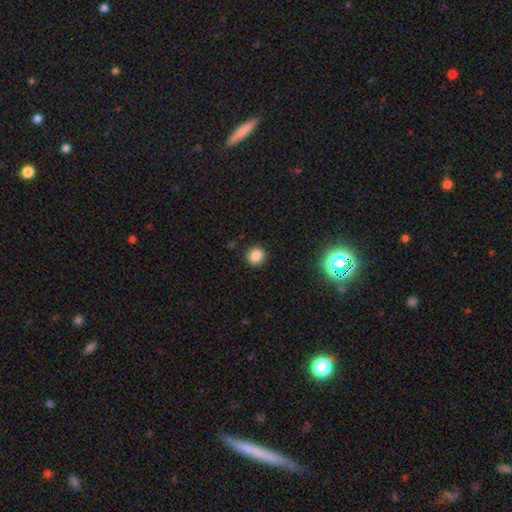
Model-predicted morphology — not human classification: The model was most divided on "smooth or featured": smooth: 84%, star or artifact: 12%, featured or disk: 4%. More confident: merging — none (92%); how rounded — round (91%).